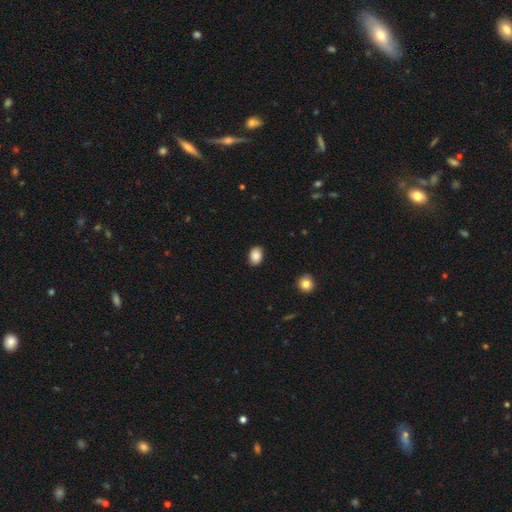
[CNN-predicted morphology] Smooth or featured?
  - smooth: 87% *
  - star or artifact: 8%
  - featured or disk: 5%
How rounded?
  - in between: 74% *
  - round: 24%
  - cigar-shaped: 1%
Merging?
  - none: 86% *
  - minor disturbance: 11%
  - major disturbance: 2%
  - merger: 1%